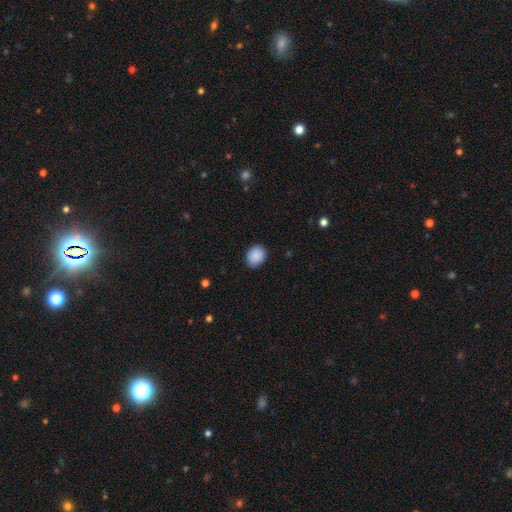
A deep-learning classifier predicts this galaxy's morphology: smooth-or-featured: smooth: 89% | star or artifact: 7% | featured or disk: 3%
  how-rounded: round: 62% | in between: 38% | cigar-shaped: 1%
  merging: none: 87% | minor disturbance: 10% | major disturbance: 2% | merger: 1%